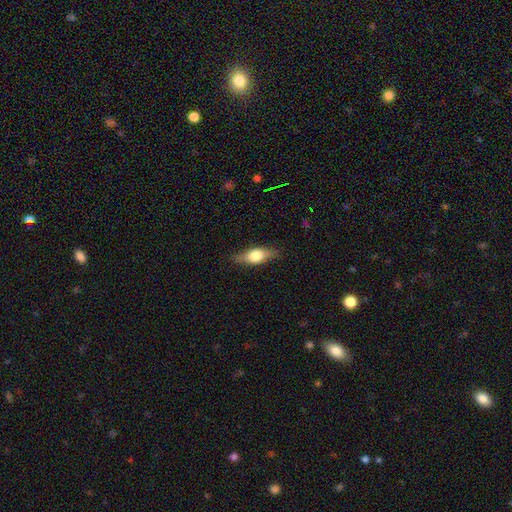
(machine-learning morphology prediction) smooth-or-featured: smooth: 57% | featured or disk: 36% | star or artifact: 7%
  how-rounded: in between: 68% | cigar-shaped: 27% | round: 5%
  merging: none: 83% | minor disturbance: 13% | major disturbance: 3% | merger: 1%